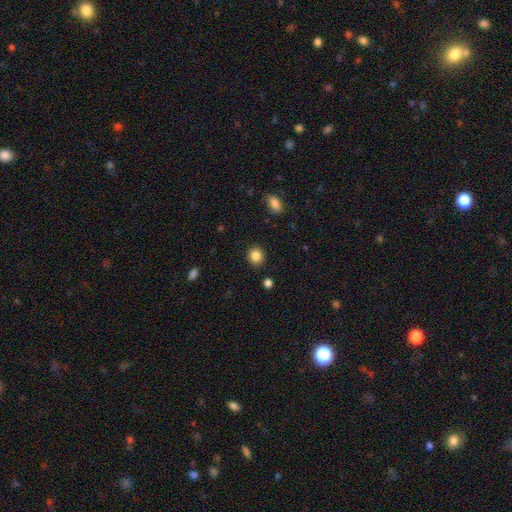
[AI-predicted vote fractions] Morphology: type=smooth (86%); roundness=round (82%); merging=none (90%).